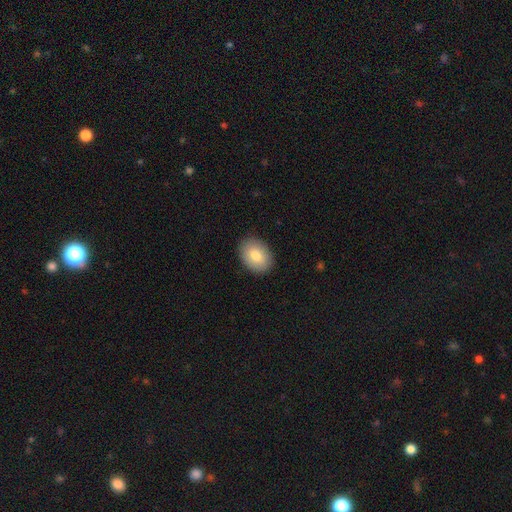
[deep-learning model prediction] Overall: smooth (80%). How rounded: in between (77%). Merging: none (89%).